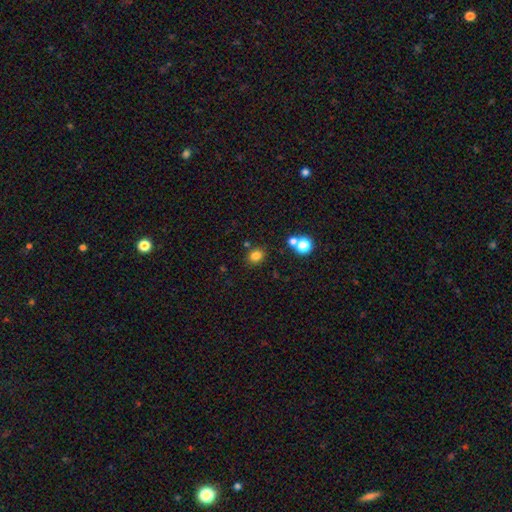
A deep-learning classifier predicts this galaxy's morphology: This appears to be a smooth galaxy with no disk features (80%) that is round (56%). Merging: none (79%).